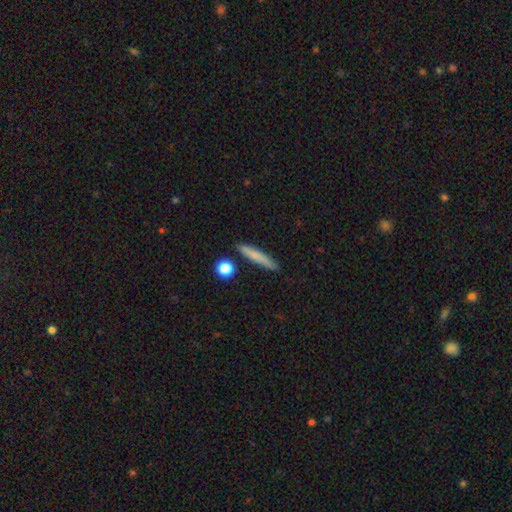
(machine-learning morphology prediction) smooth-or-featured: smooth: 73% | featured or disk: 20% | star or artifact: 7%
  how-rounded: cigar-shaped: 92% | in between: 5% | round: 2%
  merging: none: 86% | minor disturbance: 9% | merger: 3% | major disturbance: 2%